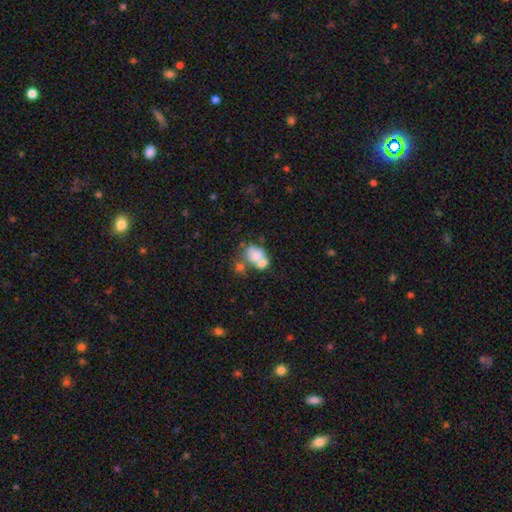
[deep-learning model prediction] smooth 62%, featured or disk 28%, star or artifact 11%. Down the decision tree: how rounded — in between (62%); merging — merger (53%).